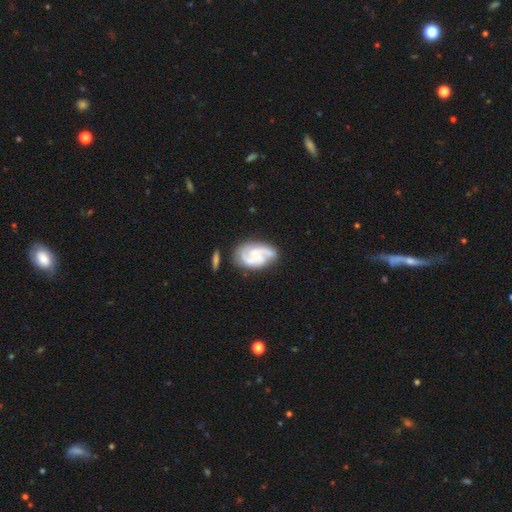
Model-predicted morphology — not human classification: featured or disk 81%, smooth 13%, star or artifact 5%. Down the decision tree: edge-on disk — no (97%); bar — no (57%); spiral arms — yes (95%); spiral arm count — 2 (46%); spiral winding — medium (49%); bulge size — small (51%); merging — none (61%).